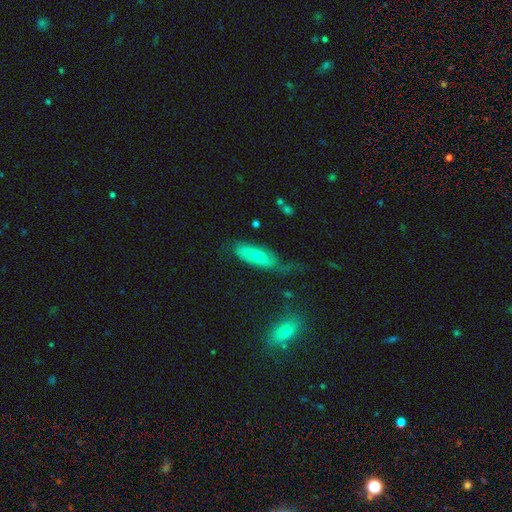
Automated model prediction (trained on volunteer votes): smooth_or_featured: smooth (p=0.47) [alt: featured or disk p=0.45]
merging: none (p=0.42) [alt: minor disturbance p=0.31]